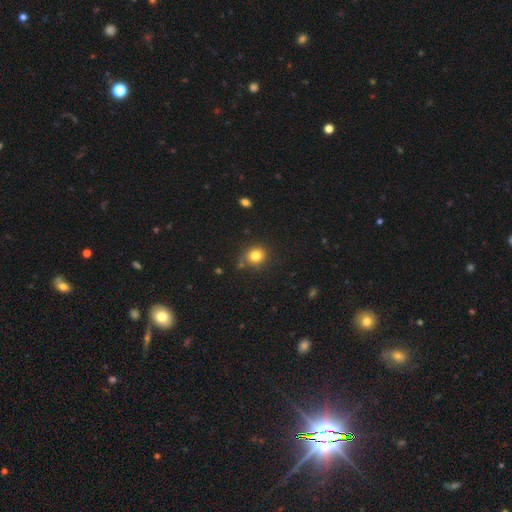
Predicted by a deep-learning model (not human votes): Morphology: type=smooth (81%); roundness=round (77%); merging=none (78%).